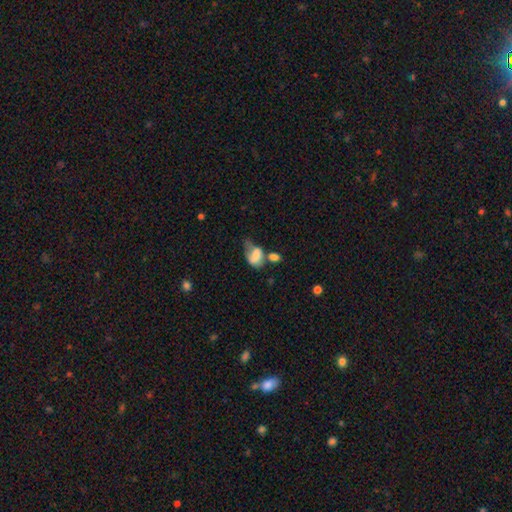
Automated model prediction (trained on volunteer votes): Q: Smooth or featured?
A: smooth (70%); runner-up: featured or disk (21%)
Q: How rounded?
A: in between (79%); runner-up: round (19%)
Q: Merging?
A: merger (28%); tied with: major disturbance (28%)